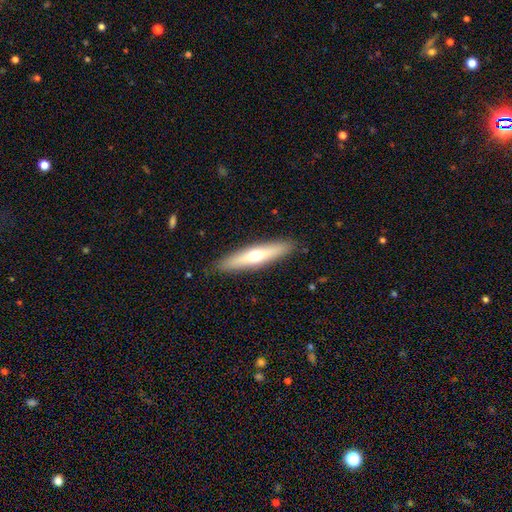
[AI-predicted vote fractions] smooth 50%, featured or disk 44%, star or artifact 6%. Down the decision tree: how rounded — cigar-shaped (82%); merging — none (89%).